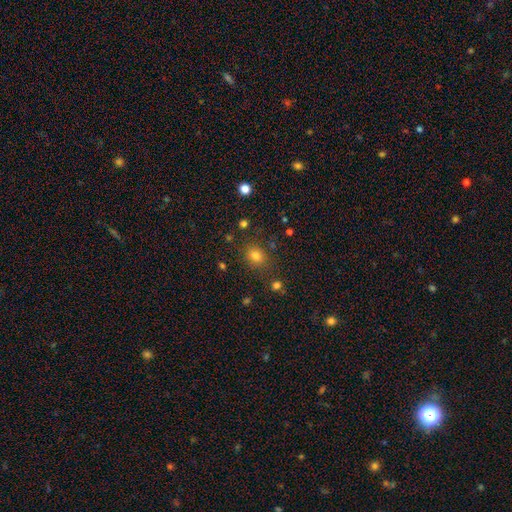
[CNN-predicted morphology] A smooth galaxy with no disk features (75%) that is round (63%).

Vote fractions:
- Smooth or featured? smooth: 75% / star or artifact: 18% / featured or disk: 7%
- How rounded? round: 63% / in between: 36% / cigar-shaped: 1%
- Merging? none: 82% / minor disturbance: 10% / merger: 4% / major disturbance: 4%